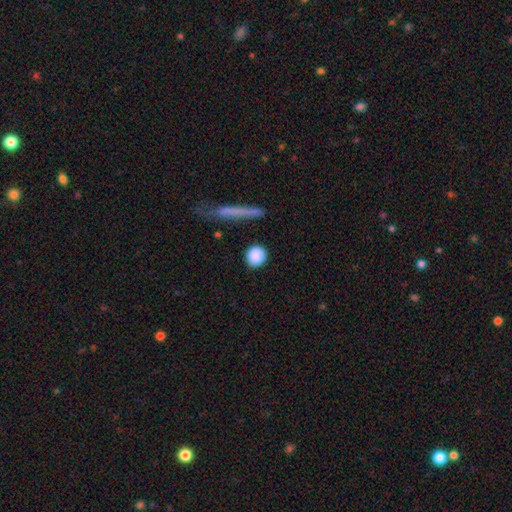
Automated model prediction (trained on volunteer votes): The model was most divided on "merging": none: 85%, minor disturbance: 10%, major disturbance: 3%, merger: 3%. More confident: how rounded — round (91%); smooth or featured — smooth (87%).